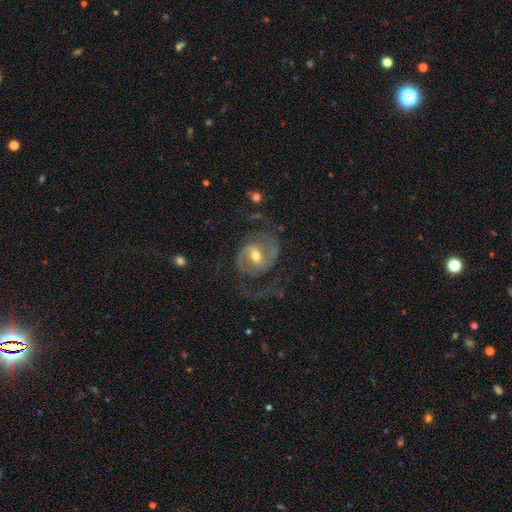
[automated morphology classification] A featured or disk galaxy (88%) with a weak bar (51%), 2 (89%) medium (51%) spiral arms (96%) and a moderate central bulge (63%).

Vote fractions:
- Smooth or featured? featured or disk: 88% / smooth: 7% / star or artifact: 5%
- Edge-on disk? no: 98% / yes: 2%
- Bar? weak: 51% / strong: 27% / no: 22%
- Spiral arms? yes: 96% / no: 4%
- Spiral winding? medium: 51% / loose: 32% / tight: 16%
- Spiral arm count? 2: 89% / can't tell: 4% / 1: 3% / 3: 2% / 4: 1% / more than 4: 1%
- Bulge size? moderate: 63% / small: 32% / large: 3% / none: 1% / dominant: 1%
- Merging? none: 63% / major disturbance: 19% / minor disturbance: 16% / merger: 2%